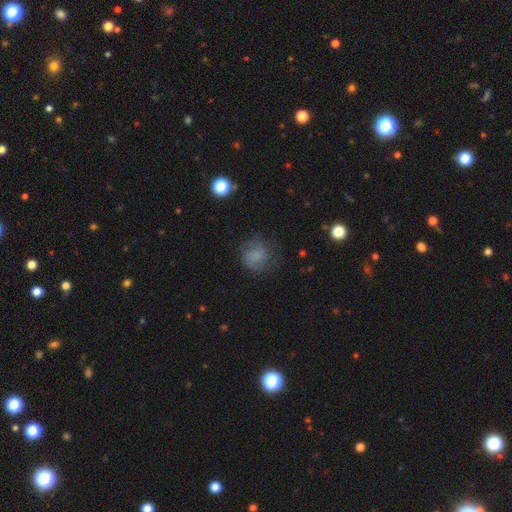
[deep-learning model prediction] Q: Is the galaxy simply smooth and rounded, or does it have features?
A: smooth — 72%.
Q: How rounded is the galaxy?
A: round — 81%.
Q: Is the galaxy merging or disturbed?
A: none — 68%.